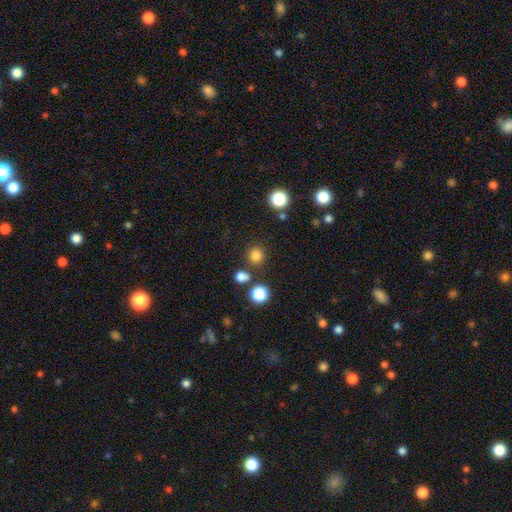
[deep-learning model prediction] A smooth galaxy with no disk features (81%) that is round (91%).

Vote fractions:
- Smooth or featured? smooth: 81% / star or artifact: 15% / featured or disk: 4%
- How rounded? round: 91% / in between: 8% / cigar-shaped: 1%
- Merging? none: 82% / minor disturbance: 7% / merger: 7% / major disturbance: 3%